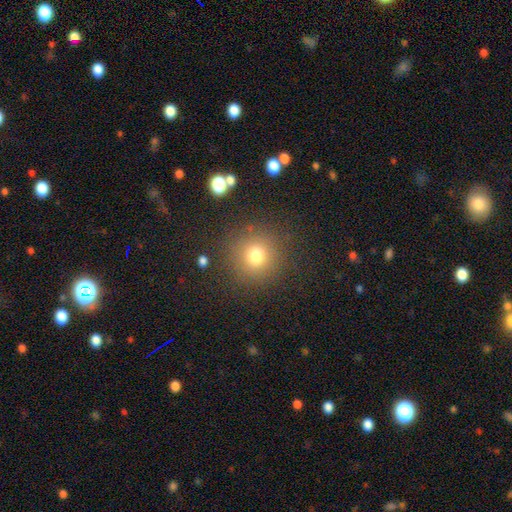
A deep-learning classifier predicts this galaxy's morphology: A smooth galaxy with no disk features (75%) that is round (94%).

Vote fractions:
- Smooth or featured? smooth: 75% / star or artifact: 16% / featured or disk: 9%
- How rounded? round: 94% / in between: 5% / cigar-shaped: 1%
- Merging? none: 87% / minor disturbance: 7% / major disturbance: 4% / merger: 2%